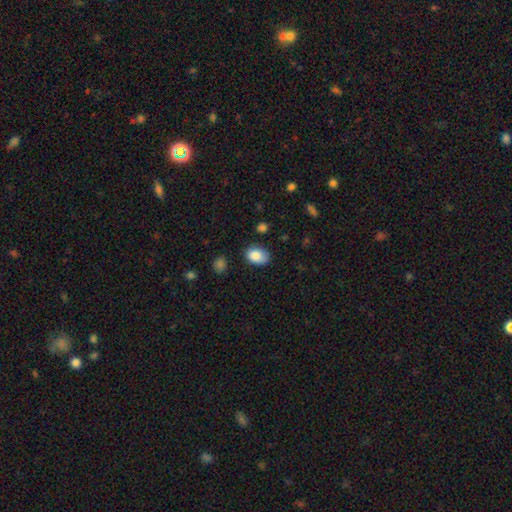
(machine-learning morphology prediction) Overall: smooth (86%). How rounded: in between (74%). Merging: none (68%).